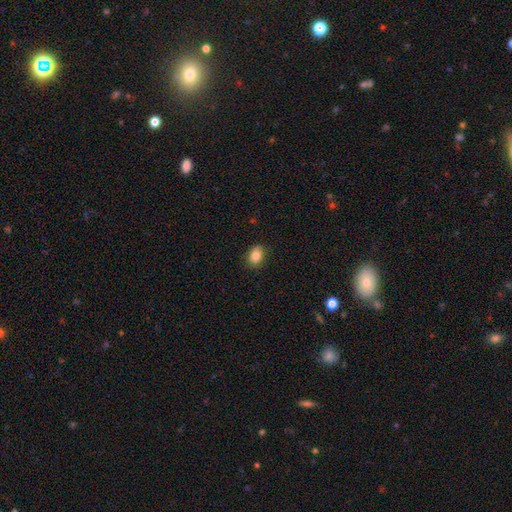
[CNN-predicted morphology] This is clearly a smooth galaxy (86%). How rounded: likely in between (72%). Merging: clearly none (87%).